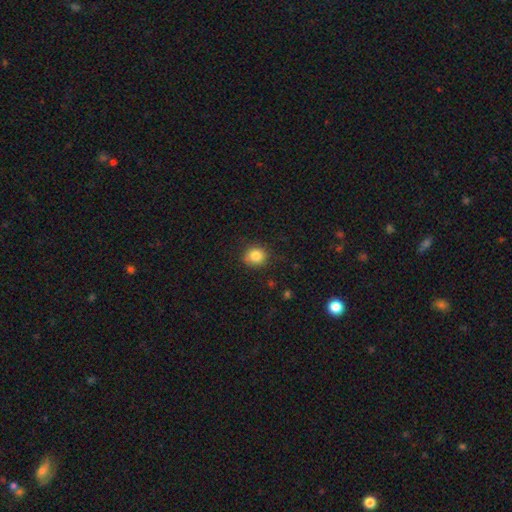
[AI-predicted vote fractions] smooth-or-featured: smooth: 84% | star or artifact: 11% | featured or disk: 5%
  how-rounded: round: 84% | in between: 15% | cigar-shaped: 1%
  merging: none: 83% | minor disturbance: 13% | major disturbance: 3% | merger: 1%